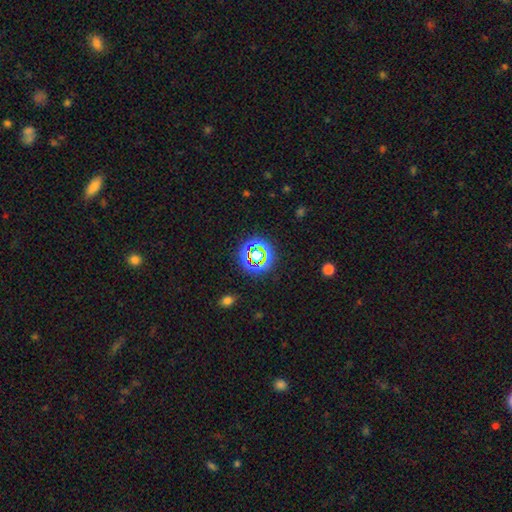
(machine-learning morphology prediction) smooth-or-featured: star or artifact: 65% | smooth: 23% | featured or disk: 11%